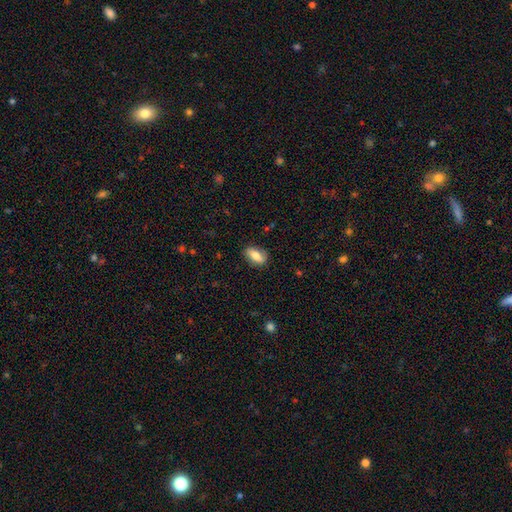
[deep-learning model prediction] A smooth galaxy with no disk features (71%) that is in between round and cigar-shaped (84%). Merging: none (82%).